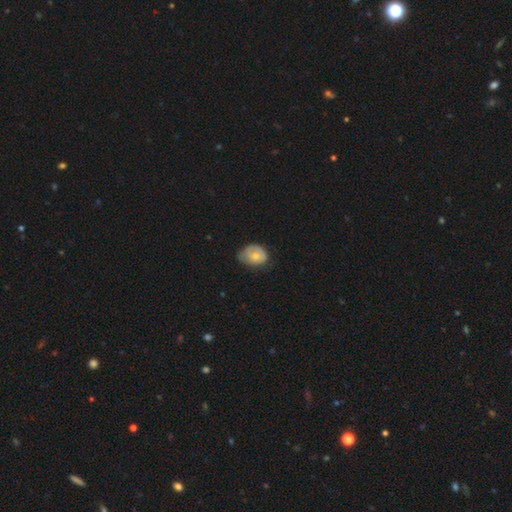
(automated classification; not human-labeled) smooth_or_featured: smooth (p=0.64) [alt: featured or disk p=0.30]
how_rounded: in between (p=0.64) [alt: round p=0.35]
merging: minor disturbance (p=0.43) [alt: none p=0.38]